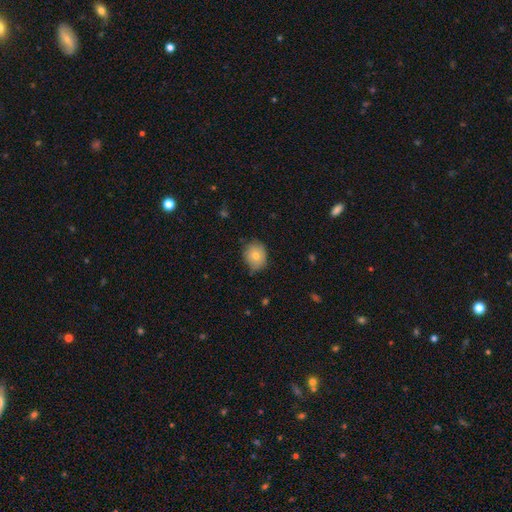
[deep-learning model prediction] Q: Smooth or featured?
A: smooth (75%); runner-up: featured or disk (16%)
Q: How rounded?
A: round (63%); runner-up: in between (36%)
Q: Merging?
A: none (70%); runner-up: minor disturbance (25%)